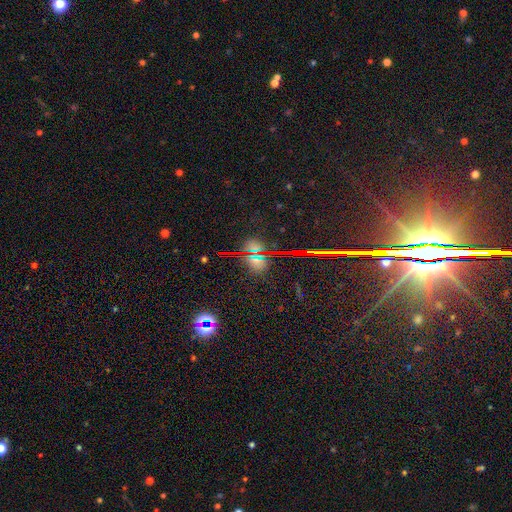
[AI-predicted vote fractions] Overall: star or artifact (63%; smooth 26%).